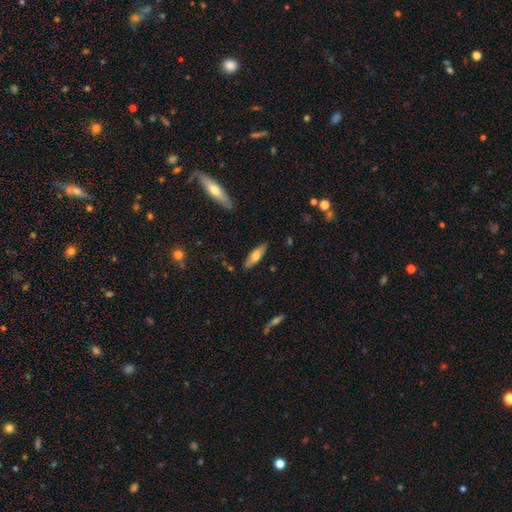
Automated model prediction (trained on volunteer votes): Smooth or featured? Predicted: smooth (p=0.64). How rounded? Predicted: in between (p=0.55). Merging? Predicted: none (p=0.85).